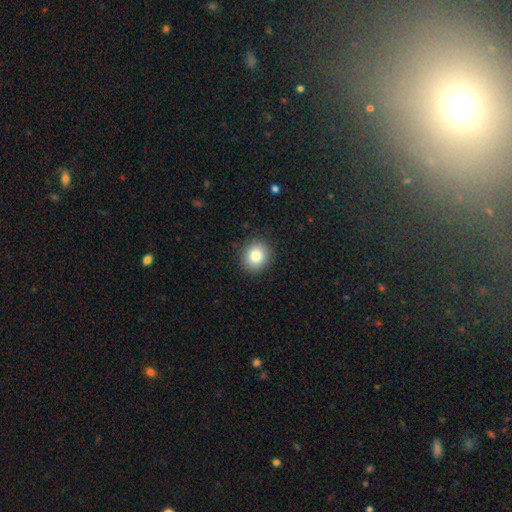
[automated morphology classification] This is clearly a smooth galaxy (83%). How rounded: clearly round (81%). Merging: clearly none (90%).